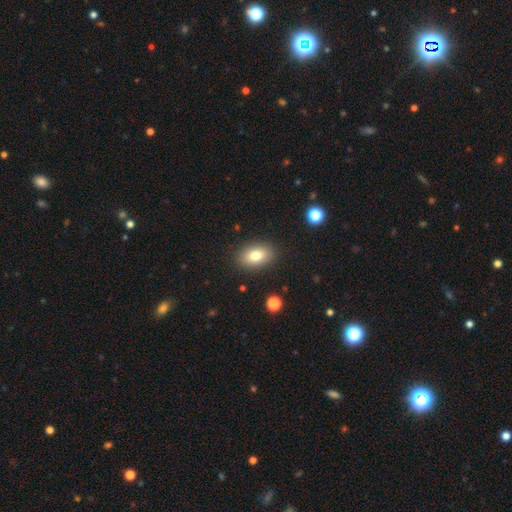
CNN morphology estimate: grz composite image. It shows a smooth galaxy with no disk features (79%) that is in between round and cigar-shaped (87%). Merging: none (87%).